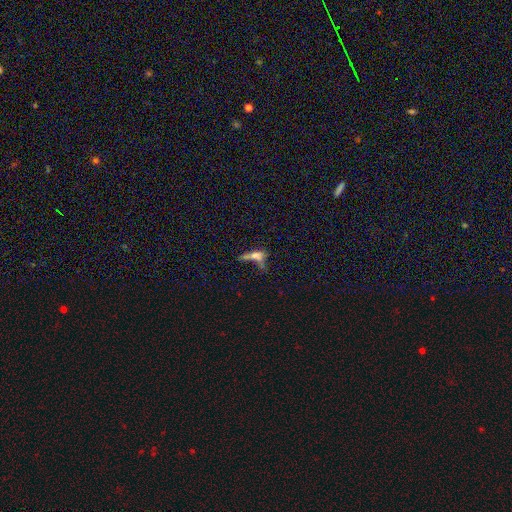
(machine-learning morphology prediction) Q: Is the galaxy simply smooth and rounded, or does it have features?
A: smooth — 47%.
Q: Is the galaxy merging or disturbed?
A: merger — 31%.